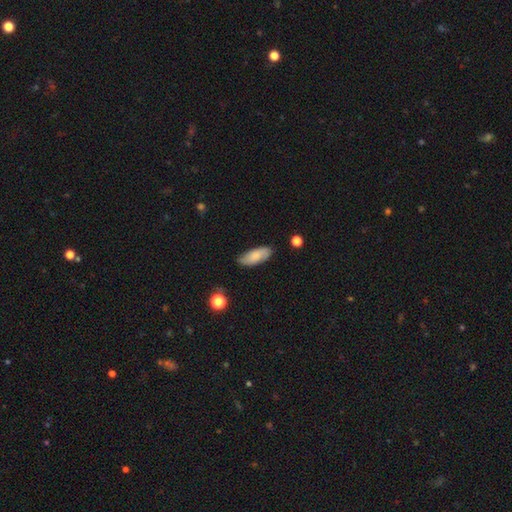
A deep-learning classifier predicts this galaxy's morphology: A smooth galaxy with no disk features (74%) that is in between round and cigar-shaped (82%). Merging: none (80%).